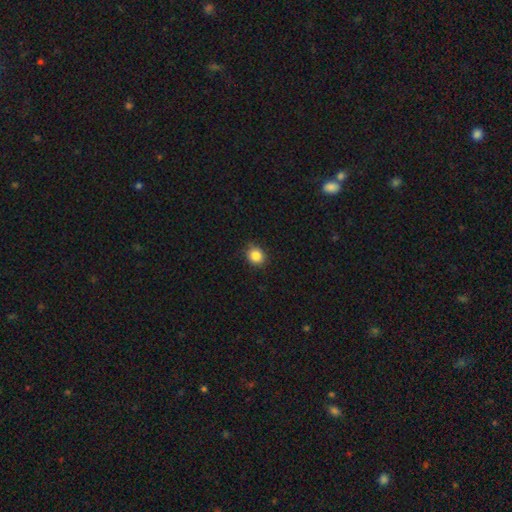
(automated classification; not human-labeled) The model was most divided on "how rounded": round: 74%, in between: 25%, cigar-shaped: 1%. More confident: smooth or featured — smooth (86%); merging — none (84%).